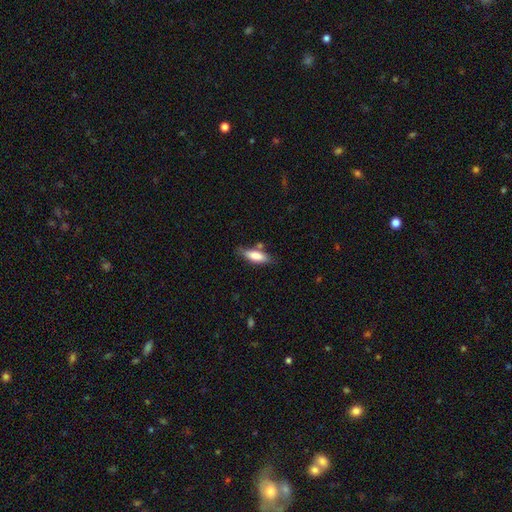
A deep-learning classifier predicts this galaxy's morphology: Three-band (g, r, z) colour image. It shows a smooth galaxy with no disk features (76%) that is in between round and cigar-shaped (59%). Merging: none (67%).